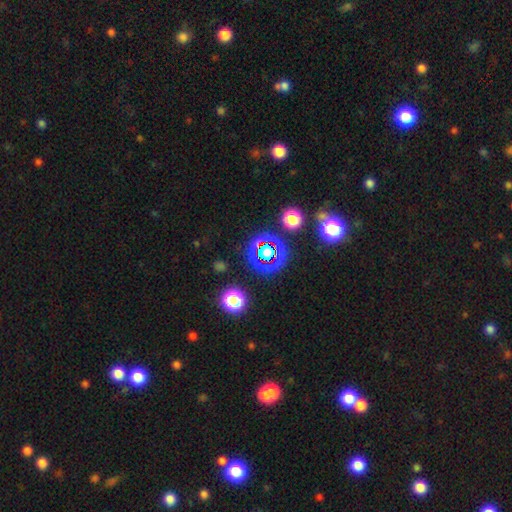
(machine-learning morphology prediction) The model was most divided on "smooth or featured": star or artifact: 71%, smooth: 20%, featured or disk: 9%.